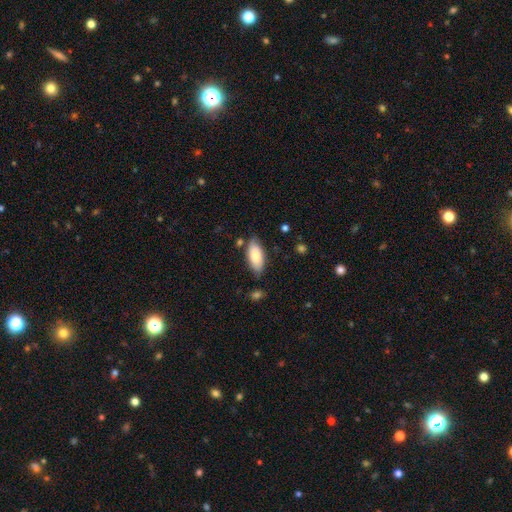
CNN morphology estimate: This appears to be a smooth galaxy with no disk features (79%) that is in between round and cigar-shaped (89%). Merging: none (75%).